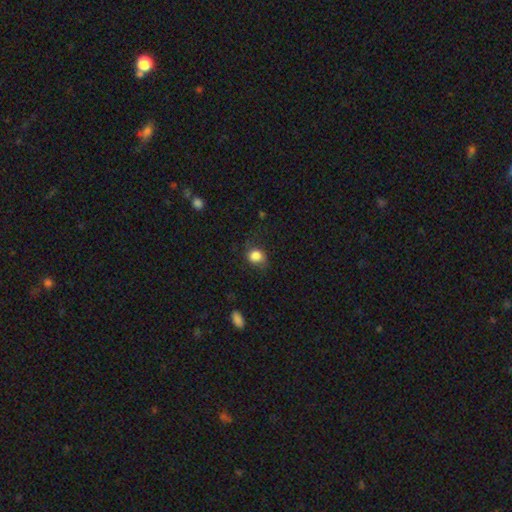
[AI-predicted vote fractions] Smooth or featured? Predicted: smooth (p=0.85). How rounded? Predicted: round (p=0.61). Merging? Predicted: none (p=0.65).